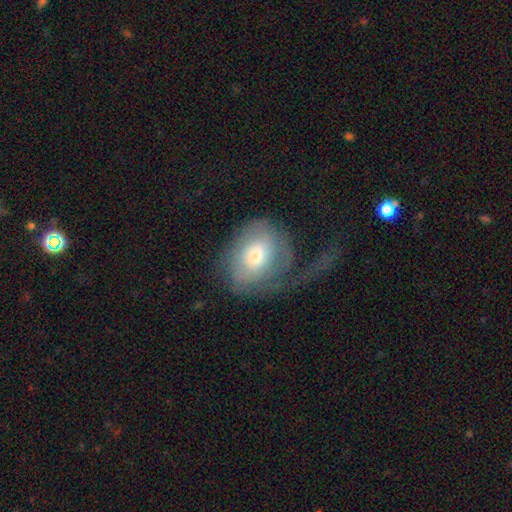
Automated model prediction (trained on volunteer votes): Smooth or featured: smooth — 46% (tied with featured or disk — 46%)
Merging: major disturbance — 51% (none — 28%)